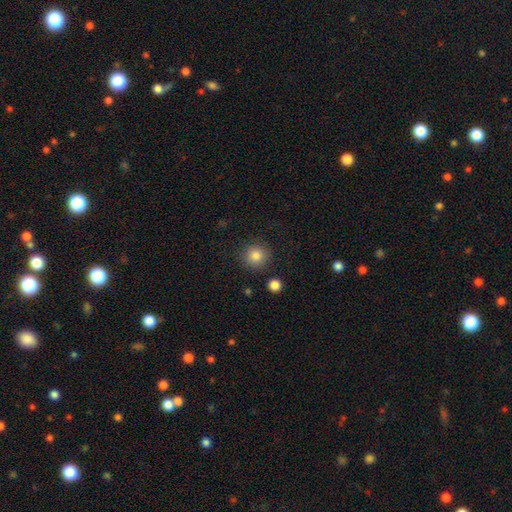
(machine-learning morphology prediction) smooth 84%, star or artifact 10%, featured or disk 6%. Down the decision tree: how rounded — round (93%); merging — none (88%).